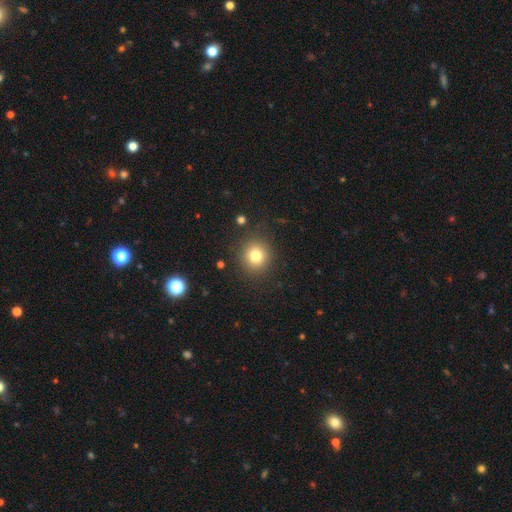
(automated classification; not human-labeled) Smooth or featured: smooth — 79% (star or artifact — 13%)
How rounded: round — 90% (in between — 9%)
Merging: none — 87% (minor disturbance — 8%)